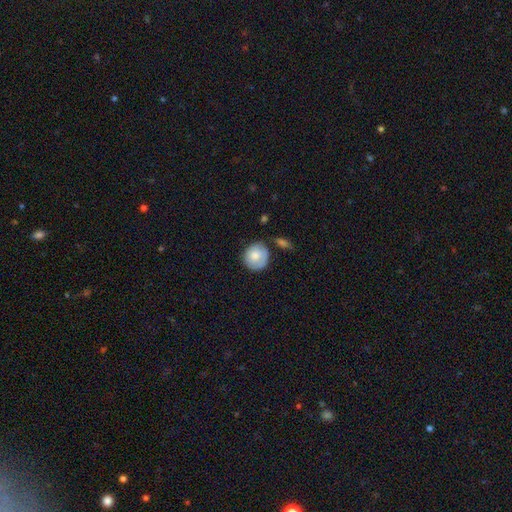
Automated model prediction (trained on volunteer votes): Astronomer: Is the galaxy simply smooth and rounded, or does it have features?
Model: smooth — 75%.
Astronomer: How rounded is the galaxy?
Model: round — 81%.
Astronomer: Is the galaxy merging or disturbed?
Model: none — 61%.